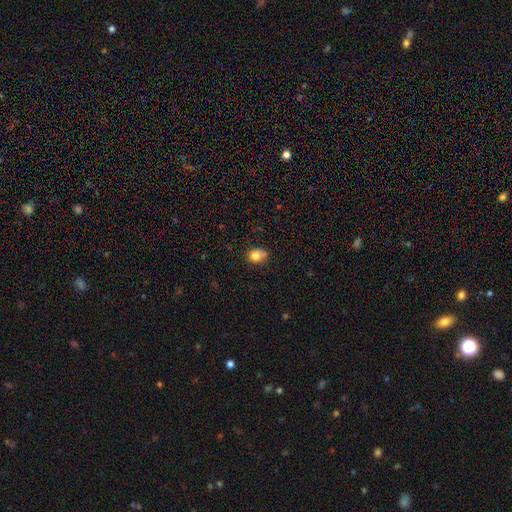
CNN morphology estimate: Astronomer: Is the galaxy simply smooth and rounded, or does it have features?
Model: smooth — 80%.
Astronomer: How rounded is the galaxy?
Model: in between — 52% (runner-up: round, 47%).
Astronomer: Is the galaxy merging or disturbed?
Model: none — 60%.